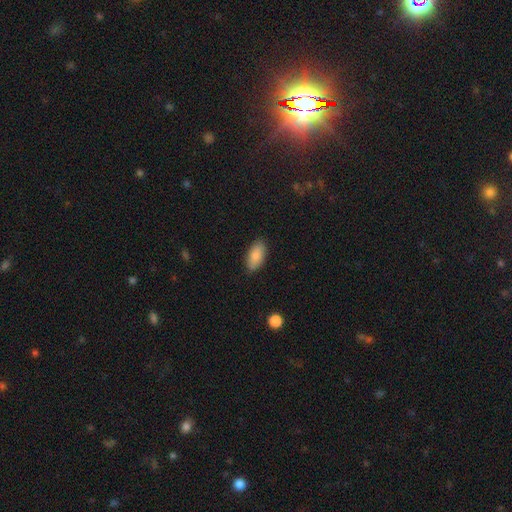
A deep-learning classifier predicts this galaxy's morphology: Q: Smooth or featured?
A: smooth (84%); runner-up: featured or disk (10%)
Q: How rounded?
A: in between (92%); runner-up: cigar-shaped (5%)
Q: Merging?
A: none (85%); runner-up: minor disturbance (11%)